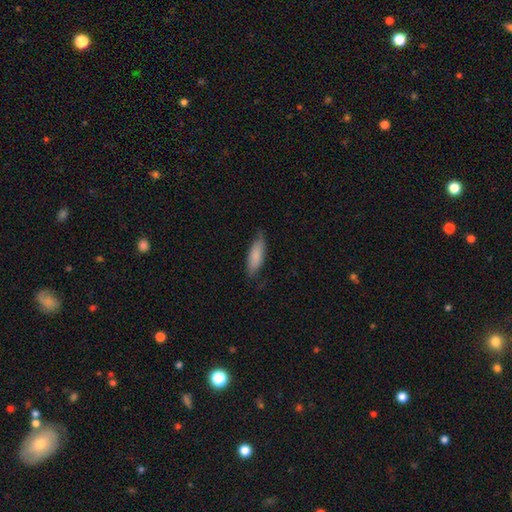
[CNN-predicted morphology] Overall: smooth (82%). How rounded: in between (56%; cigar-shaped 43%). Merging: none (70%).